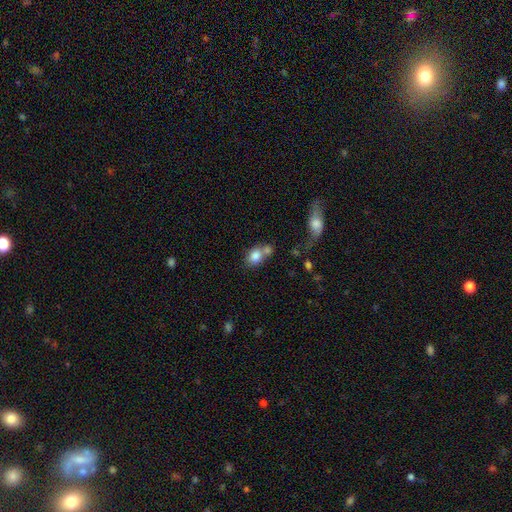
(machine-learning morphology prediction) This appears to be a smooth galaxy with no disk features (81%) that is in between round and cigar-shaped (56%). Merging: merger (45%).